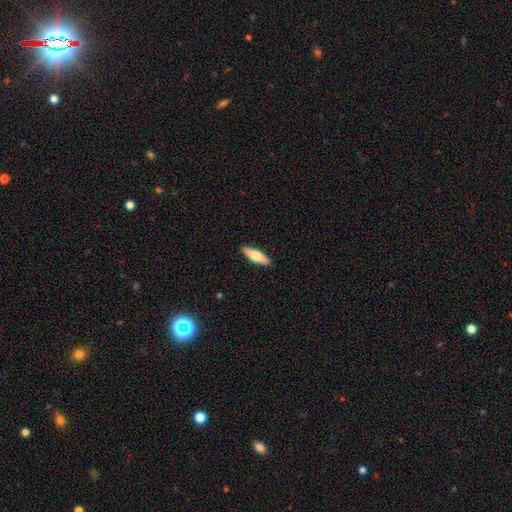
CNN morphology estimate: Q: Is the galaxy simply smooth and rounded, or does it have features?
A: smooth — 64%.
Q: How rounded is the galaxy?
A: cigar-shaped — 50%.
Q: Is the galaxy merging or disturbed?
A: none — 90%.